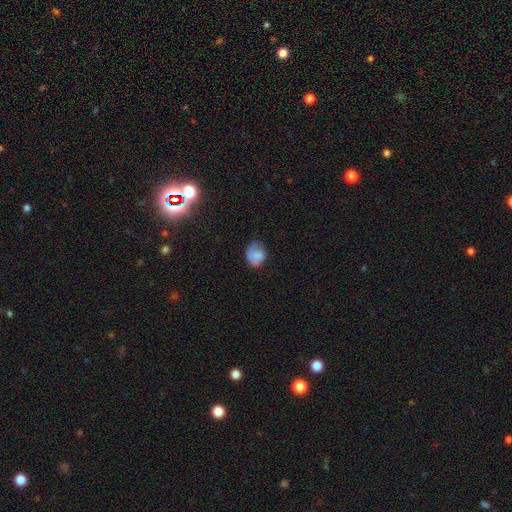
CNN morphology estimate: type=smooth (77%); roundness=round (54%); merging=none (51%).